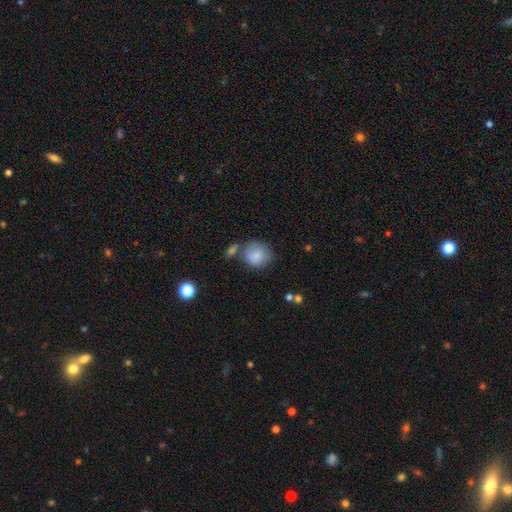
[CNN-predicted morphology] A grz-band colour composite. It shows a smooth galaxy with no disk features (82%) that is round (79%). Merging: none (54%).